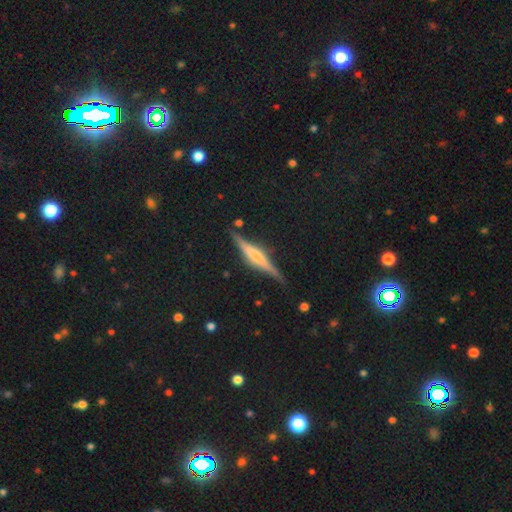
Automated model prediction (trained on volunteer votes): Smooth or featured: featured or disk — 75% (smooth — 18%)
Edge-on disk: yes — 97% (no — 3%)
Edge-on bulge: rounded — 49% (boxy — 33%)
Merging: none — 84% (minor disturbance — 12%)